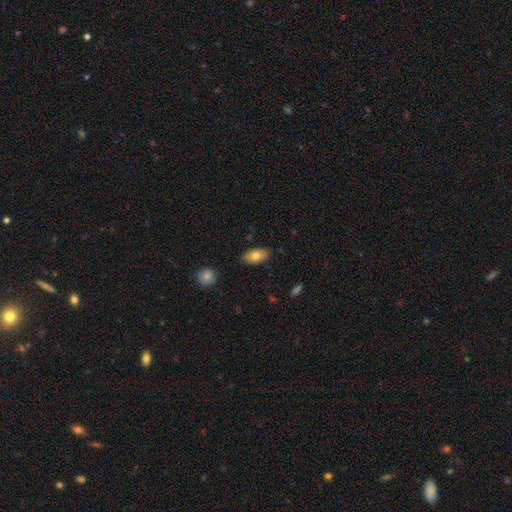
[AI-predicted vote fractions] Q: Smooth or featured?
A: smooth (78%); runner-up: featured or disk (15%)
Q: How rounded?
A: in between (91%); runner-up: cigar-shaped (5%)
Q: Merging?
A: none (85%); runner-up: minor disturbance (11%)